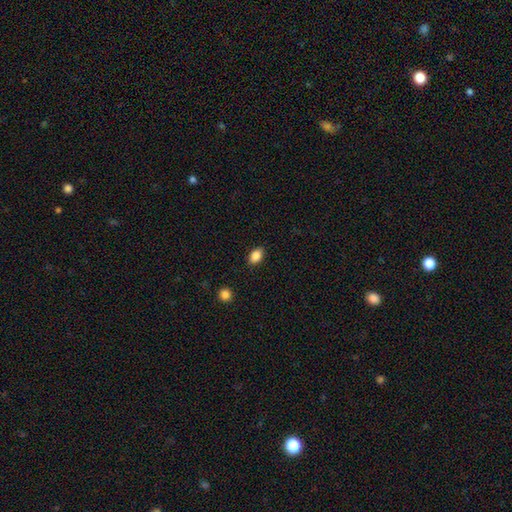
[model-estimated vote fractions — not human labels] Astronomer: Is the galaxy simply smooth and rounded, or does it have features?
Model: smooth — 87%.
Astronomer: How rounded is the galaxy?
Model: in between — 85%.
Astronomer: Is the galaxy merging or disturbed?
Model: none — 88%.